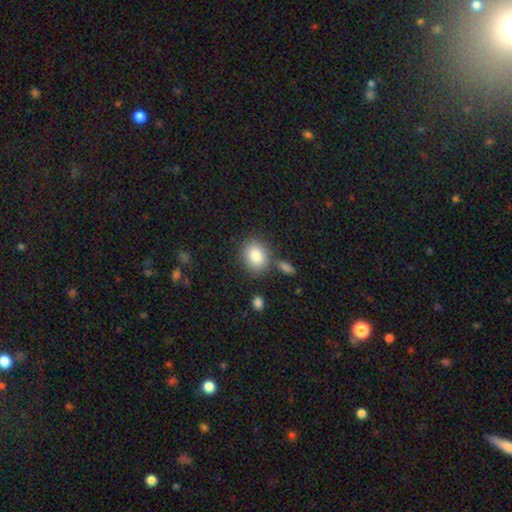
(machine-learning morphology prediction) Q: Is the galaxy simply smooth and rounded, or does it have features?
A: smooth — 85%.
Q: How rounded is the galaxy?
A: in between — 57%.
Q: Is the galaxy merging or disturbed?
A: none — 73%.